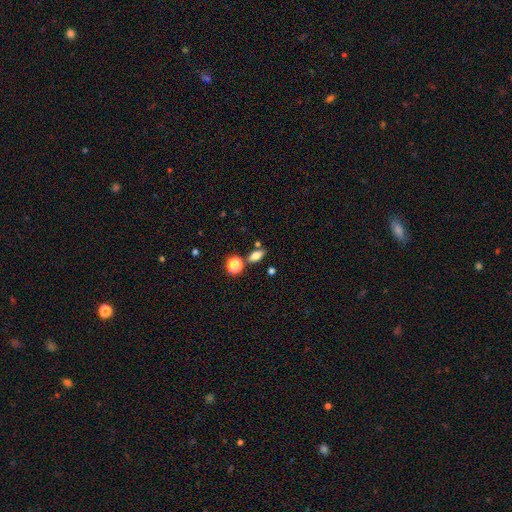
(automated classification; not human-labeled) Smooth or featured? smooth (72%)
How rounded? in between (74%)
Merging? none (75%)